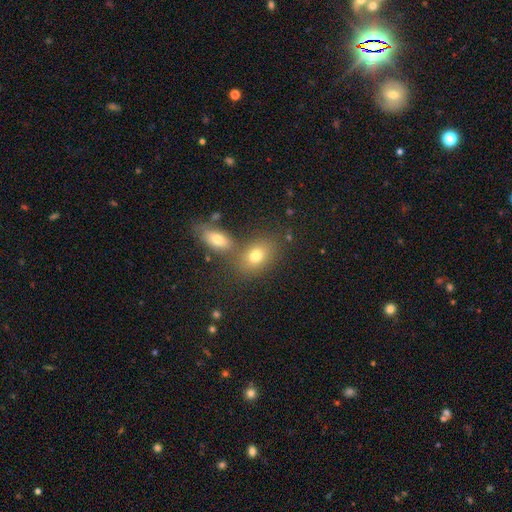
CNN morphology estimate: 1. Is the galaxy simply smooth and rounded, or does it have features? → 74% smooth, 14% featured or disk, 12% star or artifact.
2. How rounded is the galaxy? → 74% in between, 24% round, 2% cigar-shaped.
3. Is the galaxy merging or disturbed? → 57% none, 28% merger, 11% minor disturbance, 4% major disturbance.